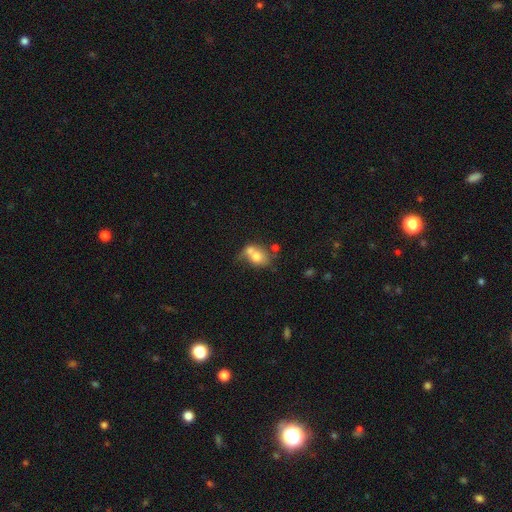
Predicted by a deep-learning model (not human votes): Morphology: type=smooth (68%); roundness=in between (59%); merging=merger (52%).